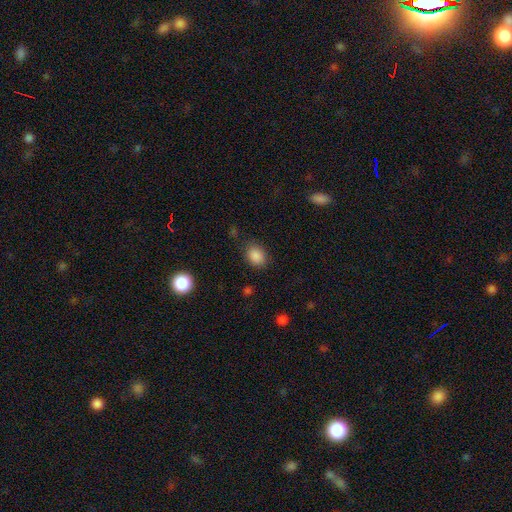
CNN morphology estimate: A smooth galaxy with no disk features (86%) that is in between round and cigar-shaped (50%). Merging: none (80%).